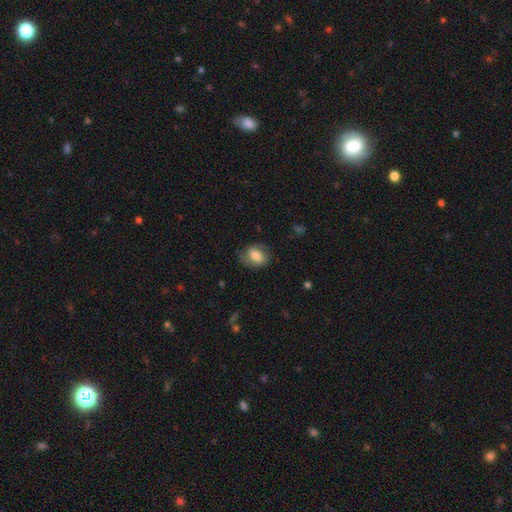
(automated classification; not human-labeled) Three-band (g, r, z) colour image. It shows a smooth galaxy with no disk features (73%) that is in between round and cigar-shaped (68%). Merging: none (67%).